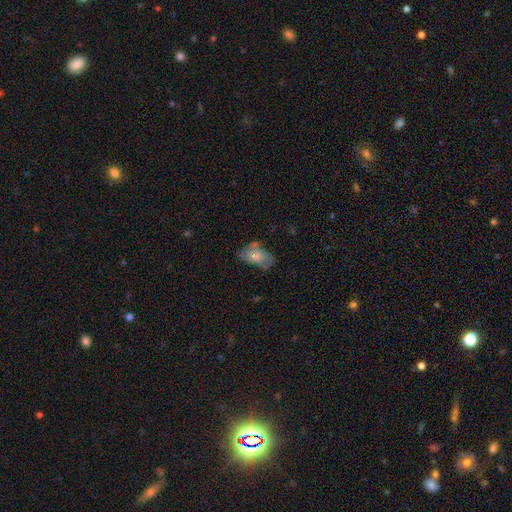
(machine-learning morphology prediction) smooth-or-featured: smooth: 56% | featured or disk: 37% | star or artifact: 7%
  how-rounded: in between: 90% | round: 7% | cigar-shaped: 2%
  merging: none: 42% | minor disturbance: 30% | major disturbance: 18% | merger: 11%